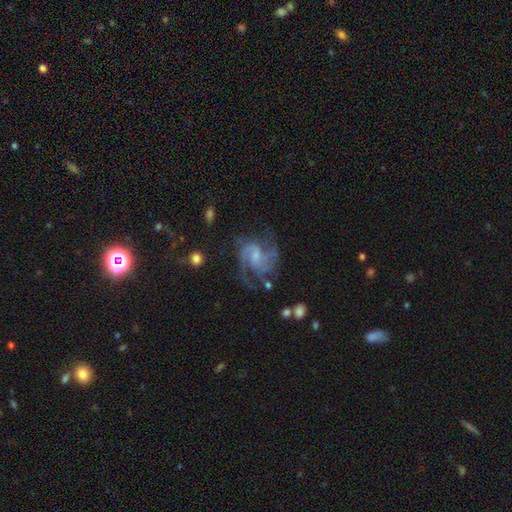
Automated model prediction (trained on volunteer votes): Overall: featured or disk (86%). Edge-on disk: no (98%). Bar: weak (48%; no 41%). Spiral arms: yes (96%). Spiral arm count: 3 (35%; 2 31%). Spiral winding: medium (54%; tight 26%). Bulge size: small (45%; moderate 30%). Merging: none (57%; major disturbance 20%).